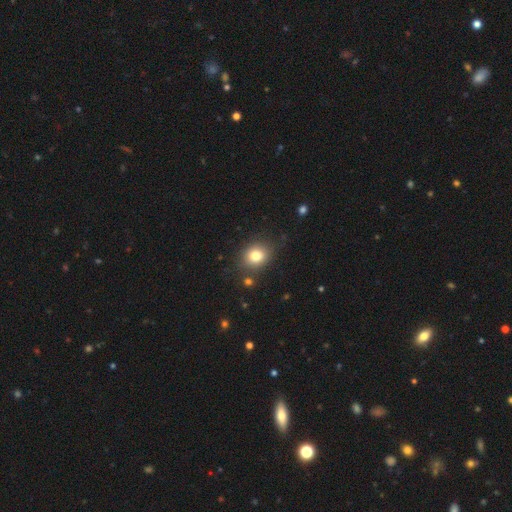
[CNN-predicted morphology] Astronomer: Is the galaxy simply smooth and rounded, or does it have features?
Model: smooth — 79%.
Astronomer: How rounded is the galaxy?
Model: round — 61% (runner-up: in between, 38%).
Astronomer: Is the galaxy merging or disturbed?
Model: none — 80%.